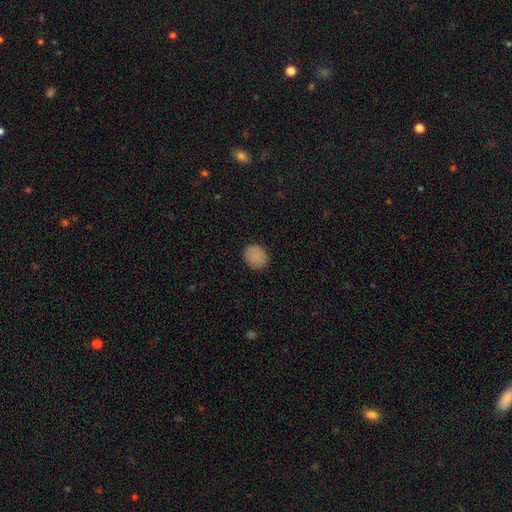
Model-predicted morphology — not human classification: smooth_or_featured: smooth (p=0.87) [alt: star or artifact p=0.09]
how_rounded: round (p=0.75) [alt: in between p=0.24]
merging: none (p=0.87) [alt: minor disturbance p=0.10]